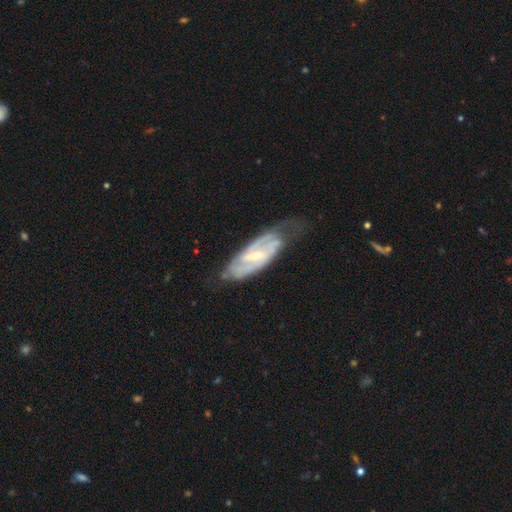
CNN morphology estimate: Overall: featured or disk (85%). Edge-on disk: no (91%). Bar: weak (45%; strong 33%). Spiral arms: yes (94%). Spiral arm count: 2 (68%). Spiral winding: medium (43%, tied with tight). Bulge size: small (67%; moderate 29%). Merging: none (59%; minor disturbance 27%).